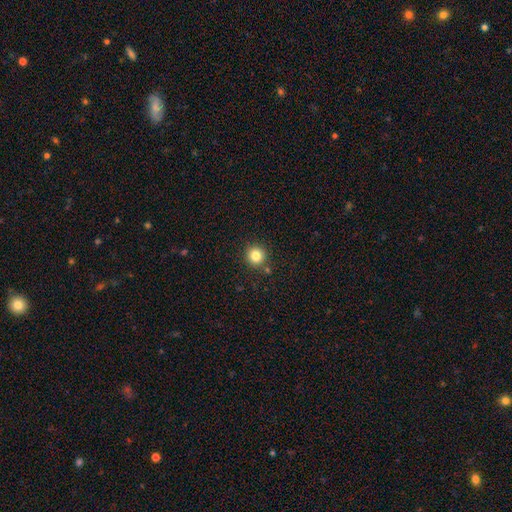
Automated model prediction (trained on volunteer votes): This appears to be a smooth galaxy with no disk features (82%) that is round (94%). Merging: none (87%).